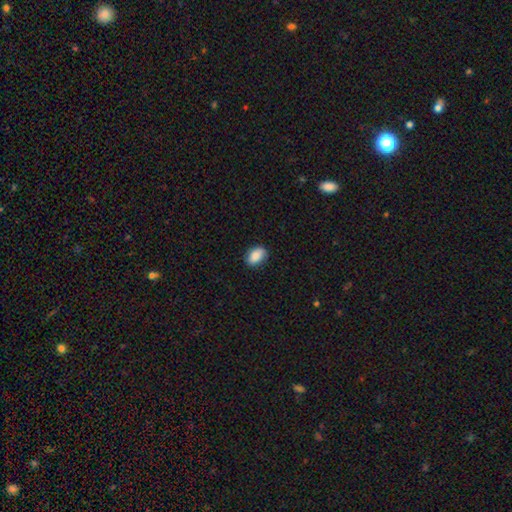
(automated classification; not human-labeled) The model was most divided on "merging": none: 83%, minor disturbance: 14%, major disturbance: 3%, merger: 1%. More confident: smooth or featured — smooth (86%); how rounded — in between (84%).